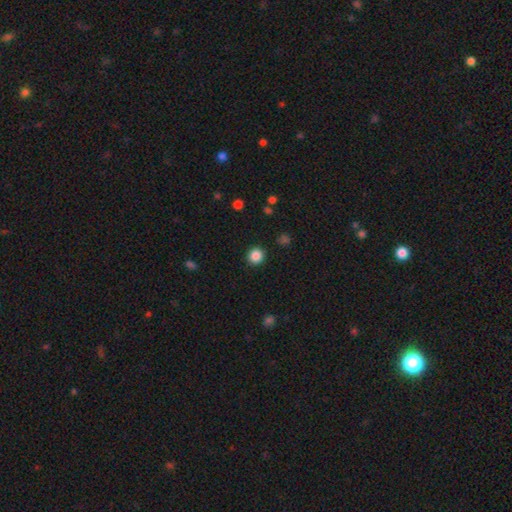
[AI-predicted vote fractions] Smooth or featured? smooth (86%)
How rounded? round (92%)
Merging? none (92%)